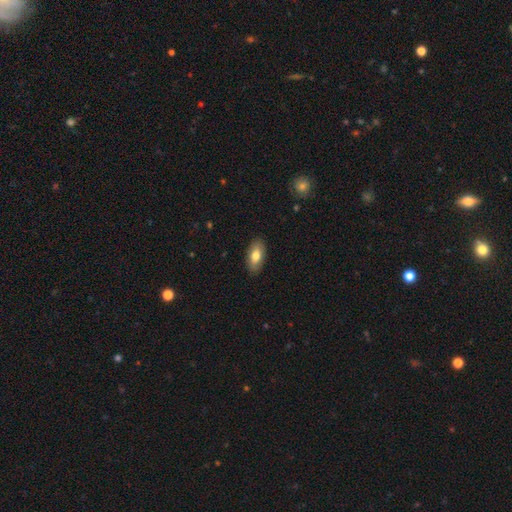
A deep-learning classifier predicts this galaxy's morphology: This is likely a smooth galaxy (78%). How rounded: clearly in between (89%). Merging: clearly none (89%).